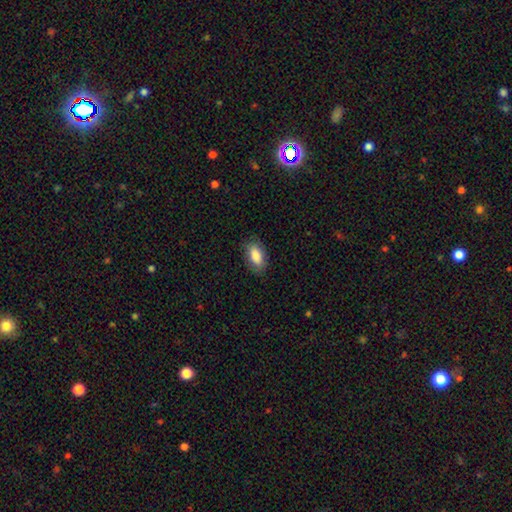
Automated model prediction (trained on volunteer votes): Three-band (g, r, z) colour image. It shows a smooth galaxy with no disk features (85%) that is in between round and cigar-shaped (91%). Merging: none (83%).